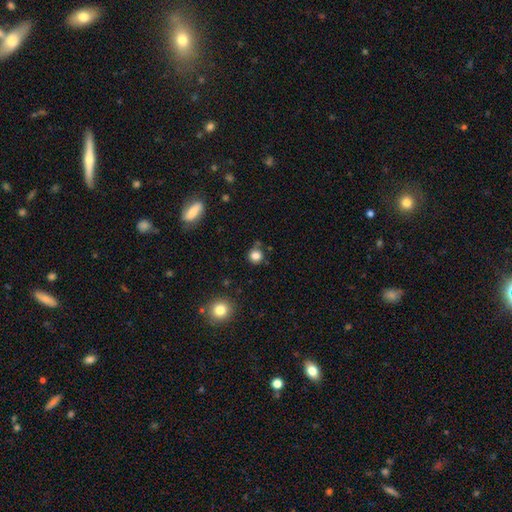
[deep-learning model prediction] Q: Smooth or featured?
A: smooth (82%); runner-up: star or artifact (13%)
Q: How rounded?
A: round (89%); runner-up: in between (10%)
Q: Merging?
A: none (74%); runner-up: minor disturbance (16%)